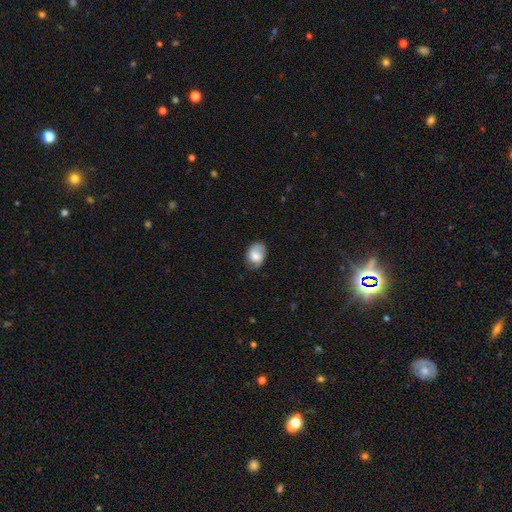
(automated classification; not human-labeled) A smooth galaxy with no disk features (62%) that is in between round and cigar-shaped (70%). Merging: none (65%).